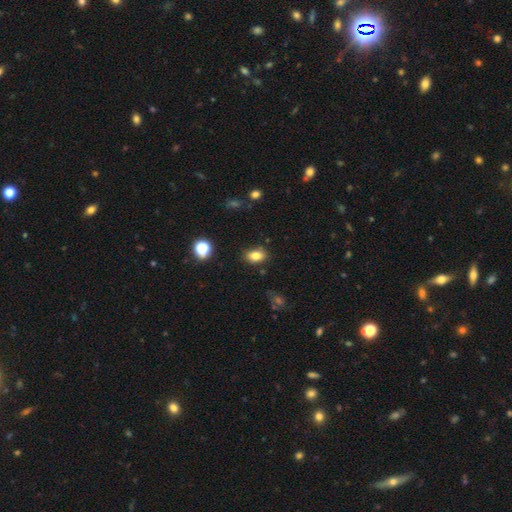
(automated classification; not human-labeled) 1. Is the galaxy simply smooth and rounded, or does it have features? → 81% smooth, 11% star or artifact, 8% featured or disk.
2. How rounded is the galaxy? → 83% in between, 15% round, 2% cigar-shaped.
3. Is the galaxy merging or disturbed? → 83% none, 12% minor disturbance, 3% major disturbance, 2% merger.